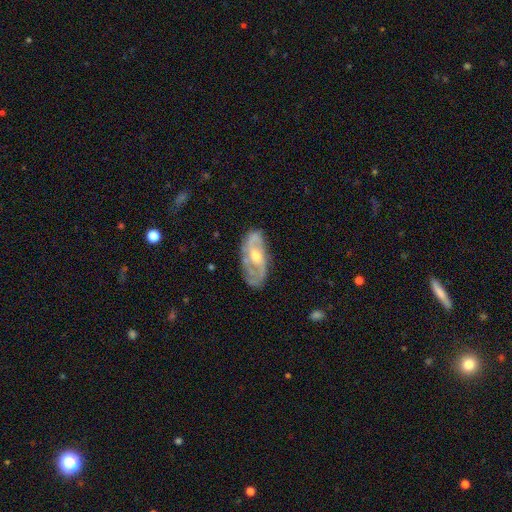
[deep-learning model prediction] A featured or disk galaxy (79%) with no bar (50%), 2 (62%) medium (44%) spiral arms (86%) and a moderate central bulge (65%).

Vote fractions:
- Smooth or featured? featured or disk: 79% / smooth: 15% / star or artifact: 6%
- Edge-on disk? no: 91% / yes: 9%
- Bar? no: 50% / weak: 37% / strong: 13%
- Spiral arms? yes: 86% / no: 14%
- Spiral winding? medium: 44% / tight: 30% / loose: 26%
- Spiral arm count? 2: 62% / can't tell: 20% / 3: 10% / 1: 4% / 4: 3% / more than 4: 2%
- Bulge size? moderate: 65% / small: 28% / large: 4% / none: 2% / dominant: 1%
- Merging? none: 72% / minor disturbance: 19% / major disturbance: 7% / merger: 2%